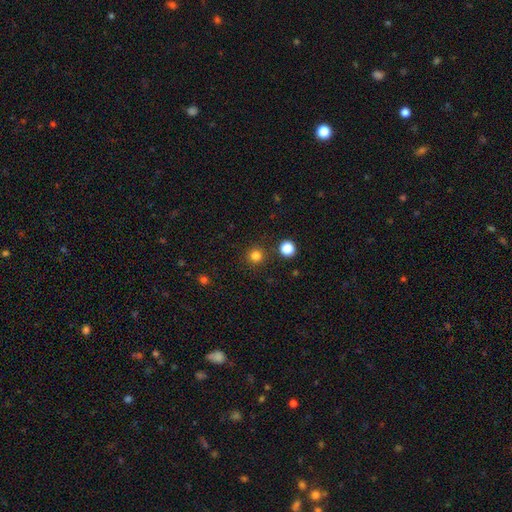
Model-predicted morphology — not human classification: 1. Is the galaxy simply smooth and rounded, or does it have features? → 81% smooth, 15% star or artifact, 4% featured or disk.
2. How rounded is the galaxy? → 95% round, 5% in between, 1% cigar-shaped.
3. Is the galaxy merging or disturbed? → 89% none, 6% minor disturbance, 3% merger, 2% major disturbance.